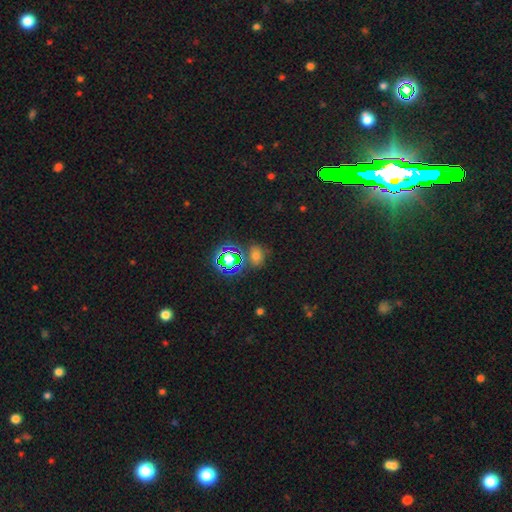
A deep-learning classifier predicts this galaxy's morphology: The model was most divided on "how rounded": round: 53%, in between: 46%, cigar-shaped: 1%. More confident: merging — none (70%); smooth or featured — smooth (51%).